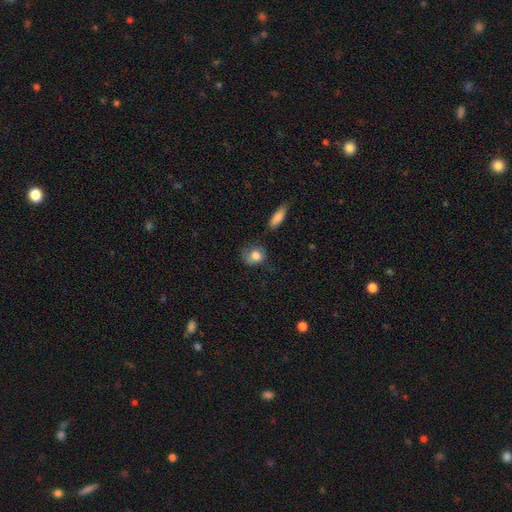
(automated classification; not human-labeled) A smooth galaxy with no disk features (77%) that is round (57%).

Vote fractions:
- Smooth or featured? smooth: 77% / featured or disk: 15% / star or artifact: 8%
- How rounded? round: 57% / in between: 42% / cigar-shaped: 2%
- Merging? none: 46% / minor disturbance: 32% / major disturbance: 17% / merger: 5%